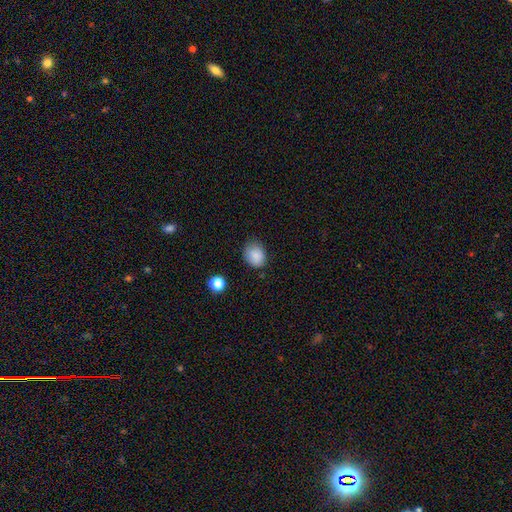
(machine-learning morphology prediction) Smooth or featured? Predicted: smooth (p=0.86). How rounded? Predicted: in between (p=0.51). Merging? Predicted: none (p=0.71).